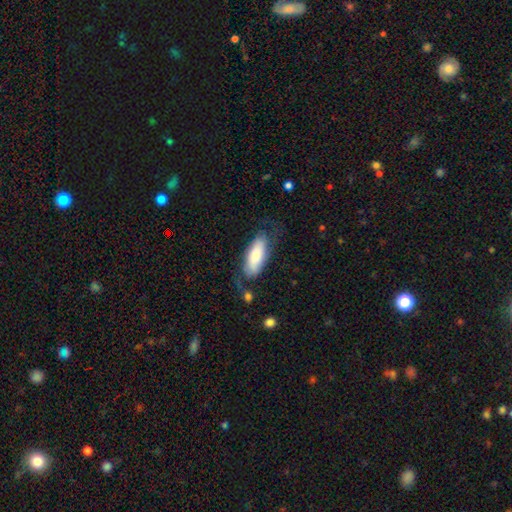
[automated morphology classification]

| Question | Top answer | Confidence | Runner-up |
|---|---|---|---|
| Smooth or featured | smooth | 67% | featured or disk (27%) |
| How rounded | in between | 75% | cigar-shaped (23%) |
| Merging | none | 59% | minor disturbance (24%) |